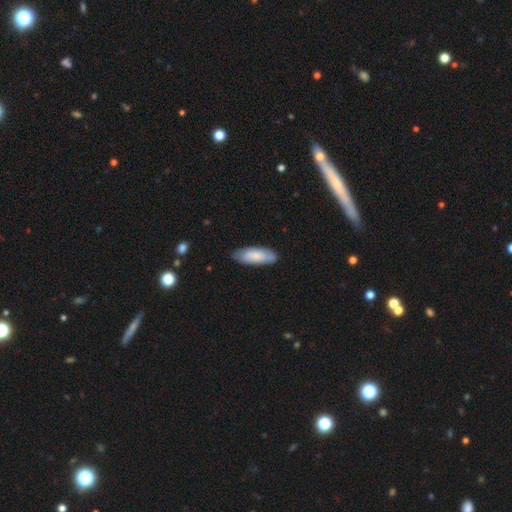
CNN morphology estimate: A smooth galaxy with no disk features (78%) that is in between round and cigar-shaped (69%). Merging: none (80%).